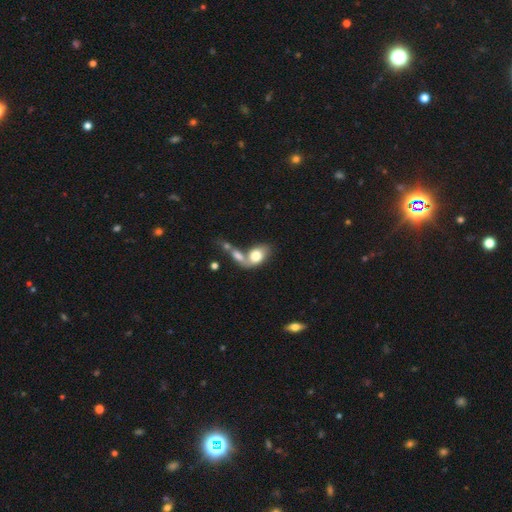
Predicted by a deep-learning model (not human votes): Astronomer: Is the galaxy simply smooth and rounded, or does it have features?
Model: smooth — 73%.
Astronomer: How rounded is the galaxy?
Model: in between — 84%.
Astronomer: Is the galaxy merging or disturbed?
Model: merger — 62%.